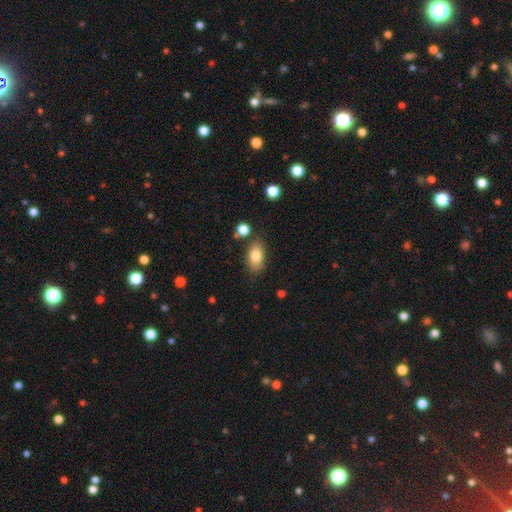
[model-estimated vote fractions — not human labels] This is clearly a smooth galaxy (80%). How rounded: clearly in between (90%). Merging: likely none (78%).